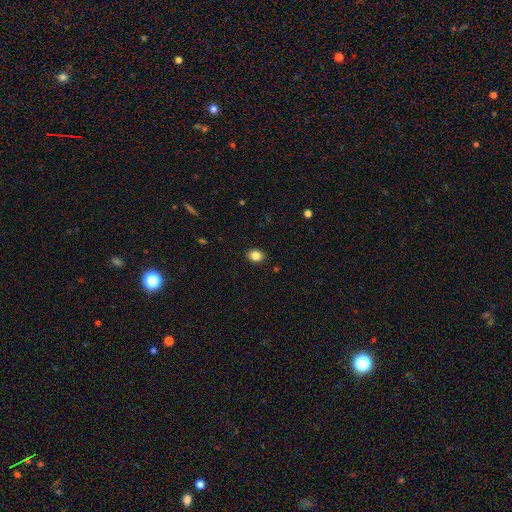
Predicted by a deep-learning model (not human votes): Smooth or featured?
  - smooth: 84% *
  - star or artifact: 11%
  - featured or disk: 5%
How rounded?
  - round: 61% *
  - in between: 38%
  - cigar-shaped: 1%
Merging?
  - none: 91% *
  - minor disturbance: 7%
  - major disturbance: 2%
  - merger: 1%